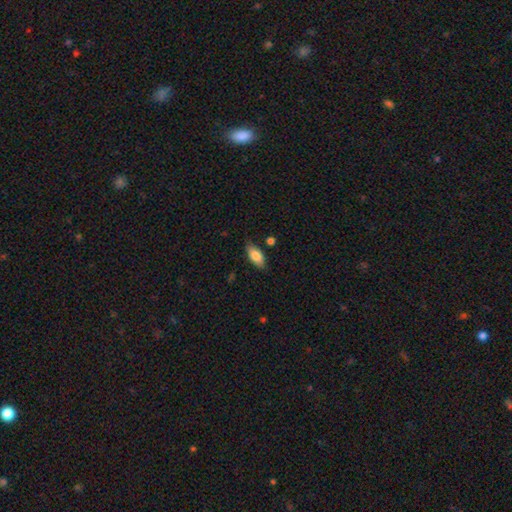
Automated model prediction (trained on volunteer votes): A smooth galaxy with no disk features (84%) that is in between round and cigar-shaped (88%).

Vote fractions:
- Smooth or featured? smooth: 84% / featured or disk: 10% / star or artifact: 6%
- How rounded? in between: 88% / cigar-shaped: 10% / round: 3%
- Merging? none: 80% / minor disturbance: 15% / major disturbance: 3% / merger: 2%